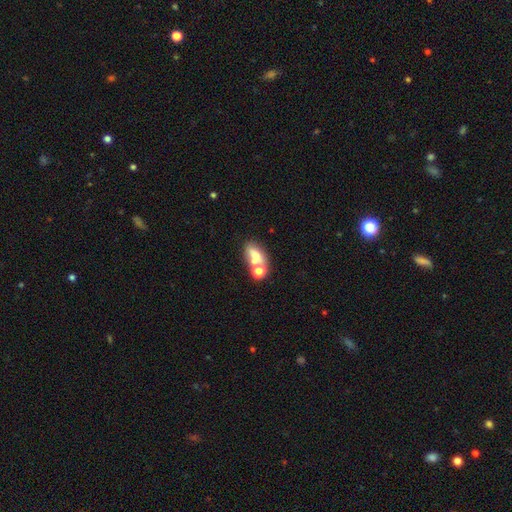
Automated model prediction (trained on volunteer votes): This appears to be a smooth galaxy with no disk features (58%) that is in between round and cigar-shaped (74%). Merging: none (40%, tied with merger).